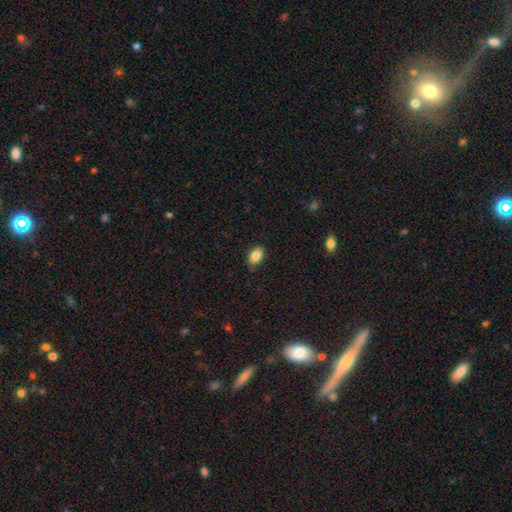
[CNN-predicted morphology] This appears to be a smooth galaxy with no disk features (87%) that is in between round and cigar-shaped (90%). Merging: none (84%).